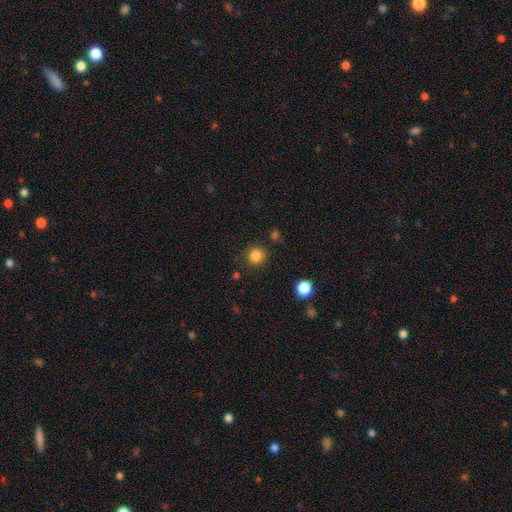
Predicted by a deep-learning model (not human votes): A smooth galaxy with no disk features (84%) that is round (89%). Merging: none (85%).